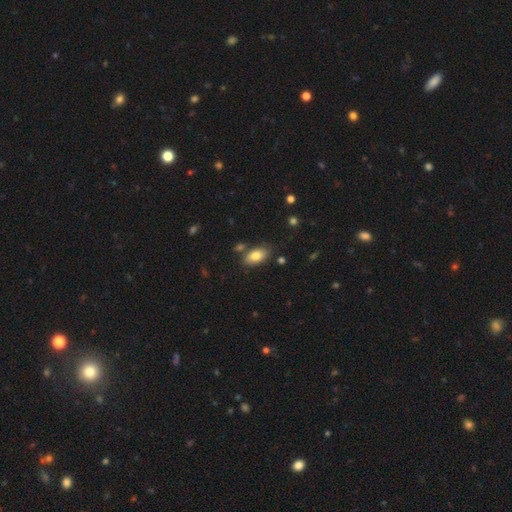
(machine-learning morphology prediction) smooth-or-featured: smooth: 82% | featured or disk: 11% | star or artifact: 7%
  how-rounded: in between: 92% | round: 5% | cigar-shaped: 4%
  merging: none: 73% | minor disturbance: 15% | merger: 8% | major disturbance: 4%